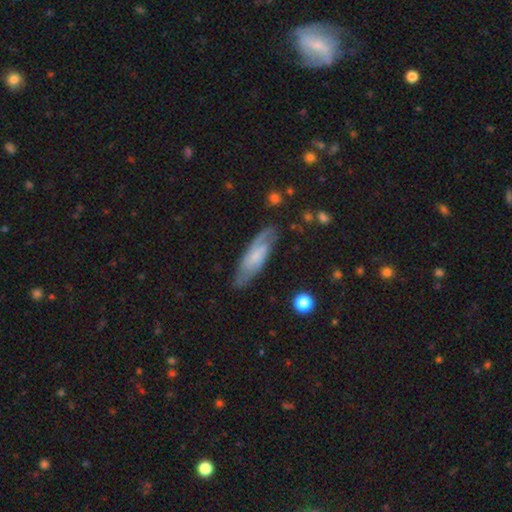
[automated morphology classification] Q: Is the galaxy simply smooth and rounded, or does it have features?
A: featured or disk — 60%.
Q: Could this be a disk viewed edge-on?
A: no — 77%.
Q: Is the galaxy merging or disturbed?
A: none — 78%.